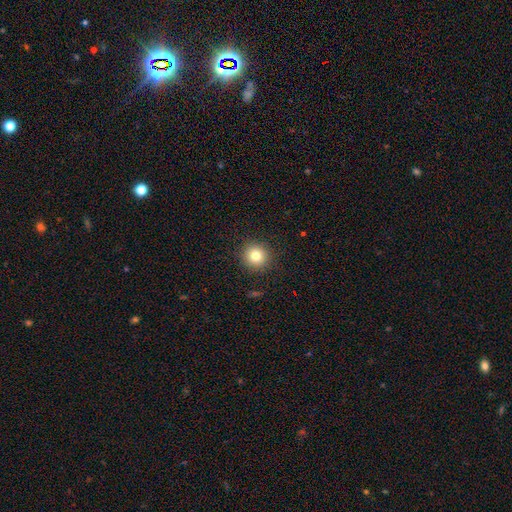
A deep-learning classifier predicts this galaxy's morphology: smooth_or_featured: smooth (p=0.80) [alt: star or artifact p=0.12]
how_rounded: round (p=0.95) [alt: in between p=0.05]
merging: none (p=0.91) [alt: minor disturbance p=0.06]